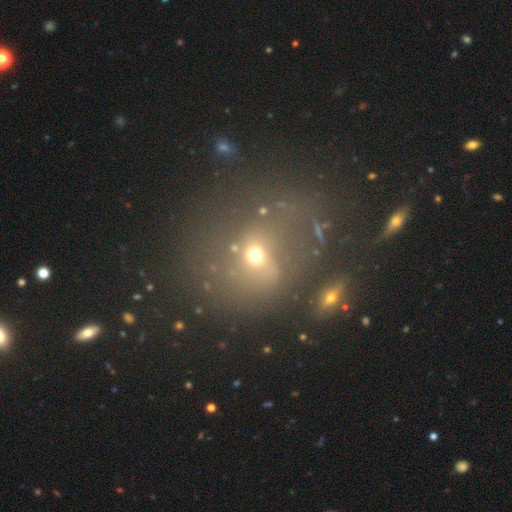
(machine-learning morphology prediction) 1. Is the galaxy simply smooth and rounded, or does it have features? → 54% smooth, 25% star or artifact, 21% featured or disk.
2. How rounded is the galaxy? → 62% round, 36% in between, 2% cigar-shaped.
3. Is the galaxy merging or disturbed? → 55% none, 17% minor disturbance, 16% merger, 13% major disturbance.